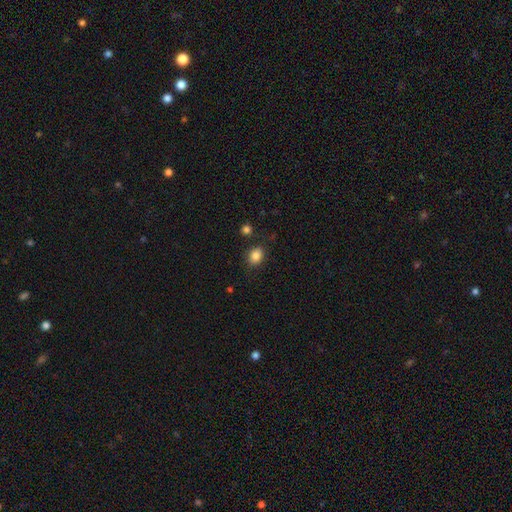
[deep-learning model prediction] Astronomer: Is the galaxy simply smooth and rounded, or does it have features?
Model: smooth — 85%.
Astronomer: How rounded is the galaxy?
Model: in between — 55% (runner-up: round, 44%).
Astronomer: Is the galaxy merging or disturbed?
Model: none — 81%.